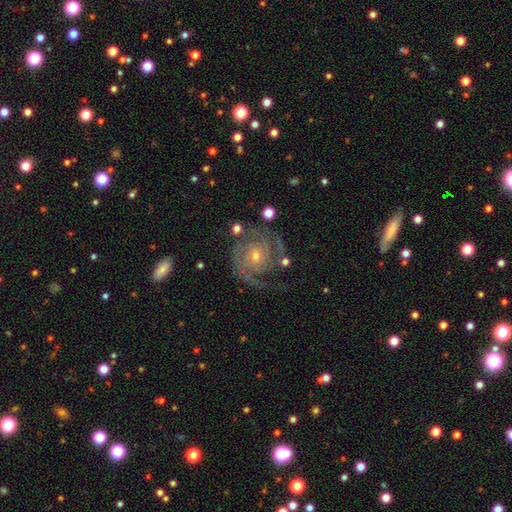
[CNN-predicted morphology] Overall: featured or disk (91%). Edge-on disk: no (98%). Bar: no (66%; weak 27%). Spiral arms: yes (98%). Spiral arm count: 2 (64%). Spiral winding: tight (59%; medium 35%). Bulge size: small (60%; moderate 36%). Merging: none (72%).